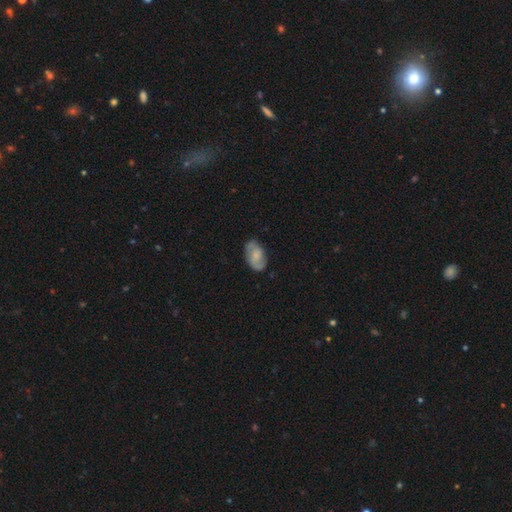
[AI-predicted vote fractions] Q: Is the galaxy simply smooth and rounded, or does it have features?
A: smooth — 53%.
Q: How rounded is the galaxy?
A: in between — 92%.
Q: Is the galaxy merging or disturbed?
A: none — 71%.